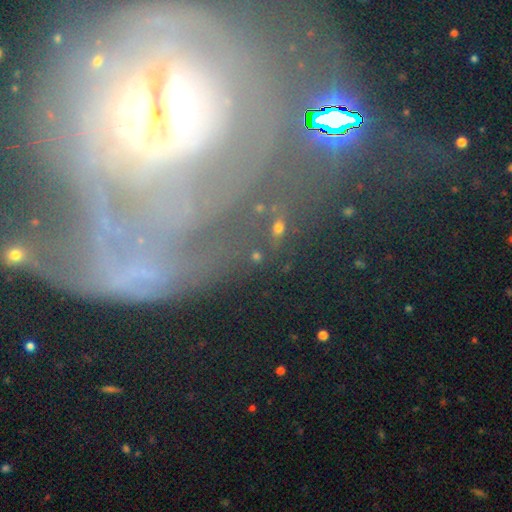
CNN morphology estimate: Overall: featured or disk (57%; star or artifact 27%). Edge-on disk: no (87%). Merging: none (62%).